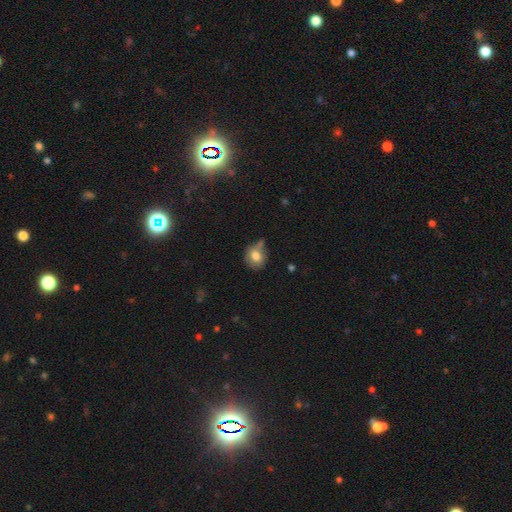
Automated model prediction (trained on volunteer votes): A smooth galaxy with no disk features (75%) that is round (72%). Merging: none (54%).